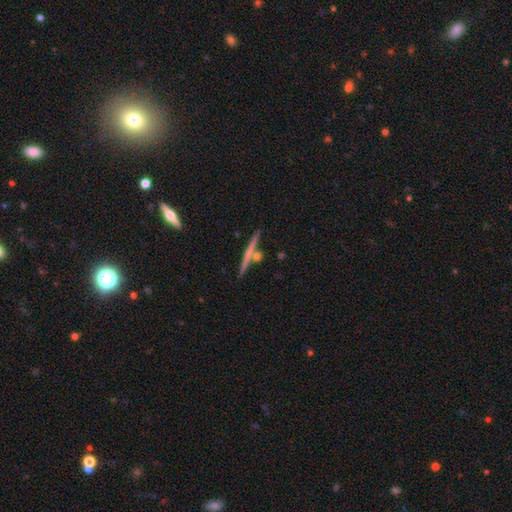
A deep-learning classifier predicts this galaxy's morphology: A featured or disk galaxy (53%) viewed edge-on (96%) with no central bulge (60%). Merging: none (74%).